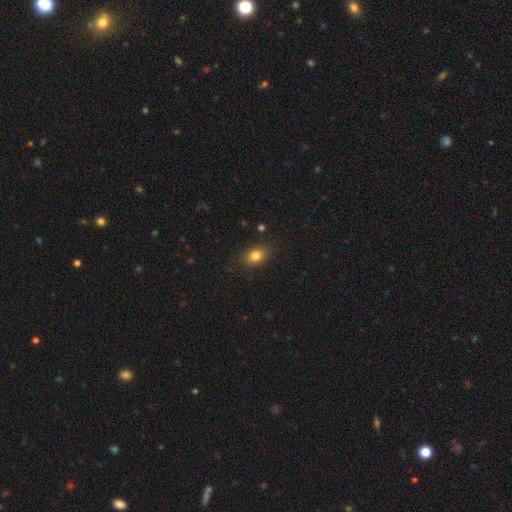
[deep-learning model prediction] Smooth or featured?
  - smooth: 82% *
  - star or artifact: 10%
  - featured or disk: 8%
How rounded?
  - in between: 74% *
  - round: 24%
  - cigar-shaped: 2%
Merging?
  - none: 85% *
  - minor disturbance: 11%
  - major disturbance: 3%
  - merger: 1%